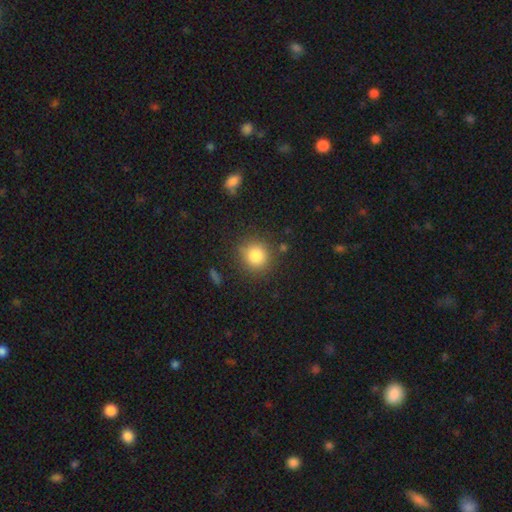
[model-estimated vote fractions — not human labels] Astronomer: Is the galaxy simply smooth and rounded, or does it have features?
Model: smooth — 83%.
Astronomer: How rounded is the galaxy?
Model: round — 90%.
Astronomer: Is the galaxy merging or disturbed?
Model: none — 85%.